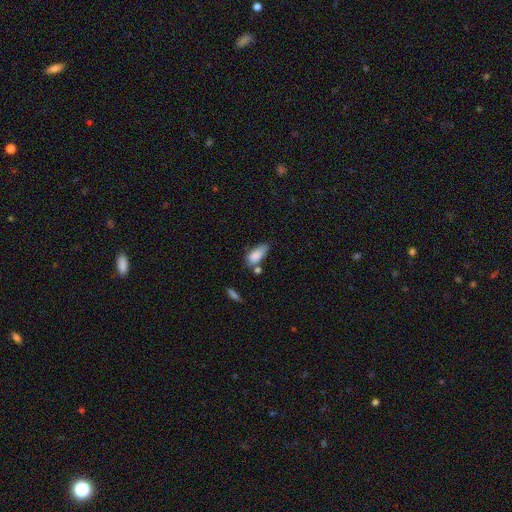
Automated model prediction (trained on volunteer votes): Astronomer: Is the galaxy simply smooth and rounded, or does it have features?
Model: smooth — 84%.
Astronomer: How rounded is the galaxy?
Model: in between — 86%.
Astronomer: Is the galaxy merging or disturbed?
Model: none — 41% (runner-up: minor disturbance, 30%).